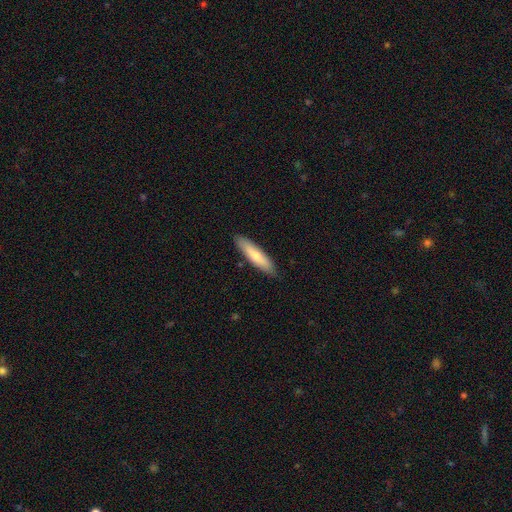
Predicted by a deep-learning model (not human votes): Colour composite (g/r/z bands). It shows a smooth galaxy with no disk features (74%) that is cigar-shaped (76%). Merging: none (87%).